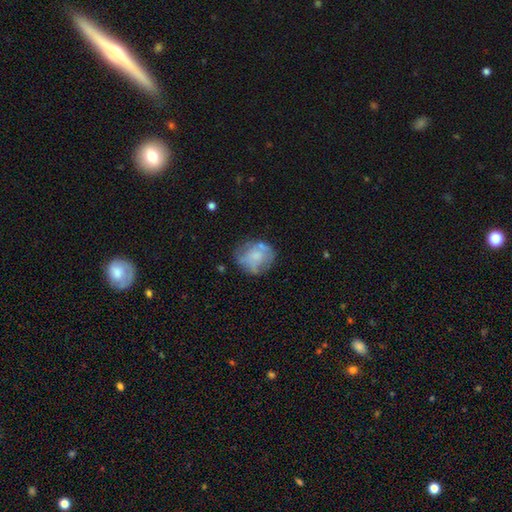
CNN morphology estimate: A smooth galaxy with no disk features (53%) that is round (70%).

Vote fractions:
- Smooth or featured? smooth: 53% / featured or disk: 38% / star or artifact: 9%
- How rounded? round: 70% / in between: 29% / cigar-shaped: 1%
- Merging? none: 58% / minor disturbance: 24% / major disturbance: 12% / merger: 6%